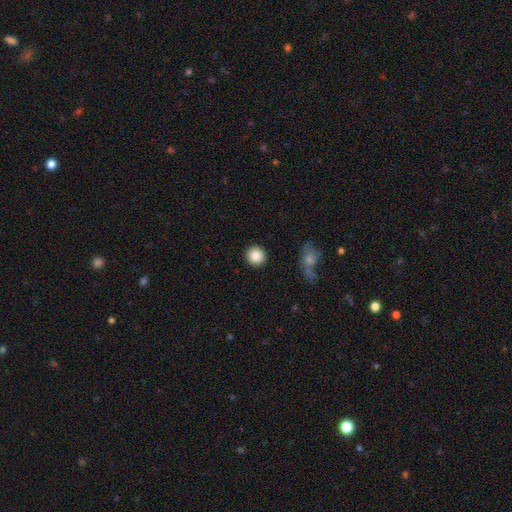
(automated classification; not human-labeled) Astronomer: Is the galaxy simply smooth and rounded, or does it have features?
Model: smooth — 86%.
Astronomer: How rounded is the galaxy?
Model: round — 94%.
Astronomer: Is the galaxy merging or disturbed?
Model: none — 92%.